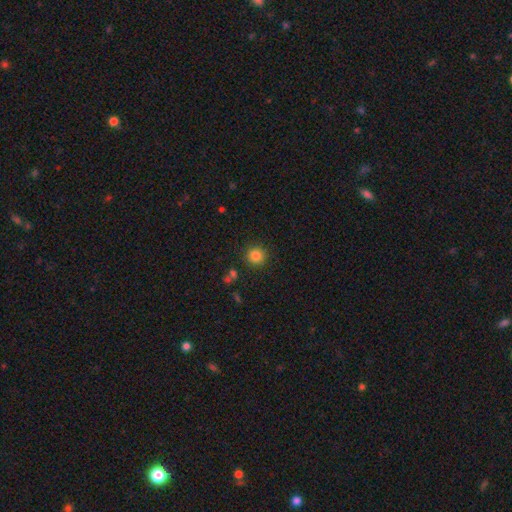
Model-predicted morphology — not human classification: Smooth or featured?
  - smooth: 83% *
  - star or artifact: 12%
  - featured or disk: 5%
How rounded?
  - round: 94% *
  - in between: 5%
  - cigar-shaped: 1%
Merging?
  - none: 89% *
  - minor disturbance: 6%
  - merger: 2%
  - major disturbance: 2%